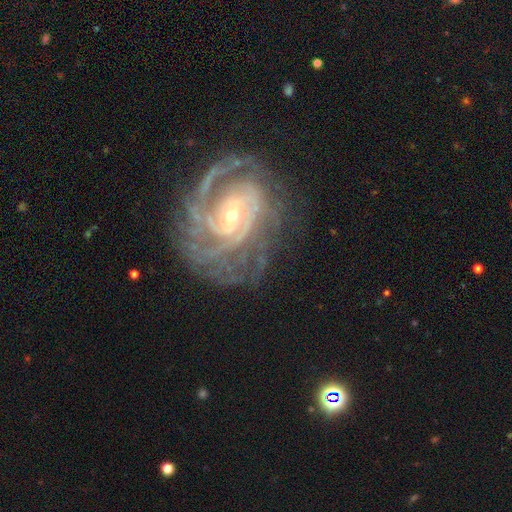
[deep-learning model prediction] A featured or disk galaxy (86%) with a weak bar (41%), tight (68%) spiral arms (95%) and a small central bulge (62%).

Vote fractions:
- Smooth or featured? featured or disk: 86% / star or artifact: 8% / smooth: 6%
- Edge-on disk? no: 97% / yes: 3%
- Bar? weak: 41% / no: 38% / strong: 20%
- Spiral arms? yes: 95% / no: 5%
- Spiral winding? tight: 68% / medium: 26% / loose: 6%
- Spiral arm count? can't tell: 30% / 2: 29% / 3: 18% / 4: 9% / more than 4: 7% / 1: 7%
- Bulge size? small: 62% / moderate: 33% / large: 2% / none: 2% / dominant: 1%
- Merging? none: 71% / minor disturbance: 16% / major disturbance: 11% / merger: 2%